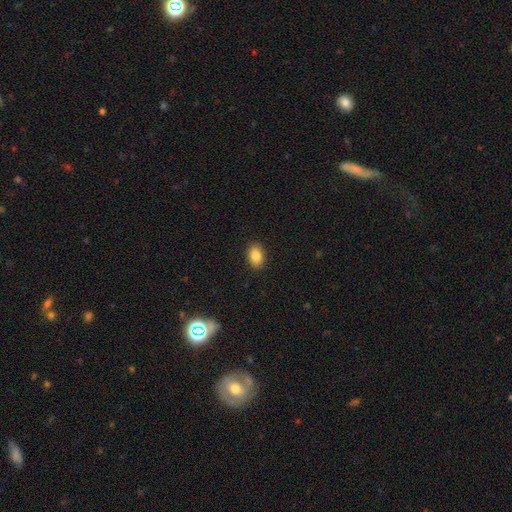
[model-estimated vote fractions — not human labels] This is clearly a smooth galaxy (87%). How rounded: clearly in between (86%). Merging: clearly none (89%).